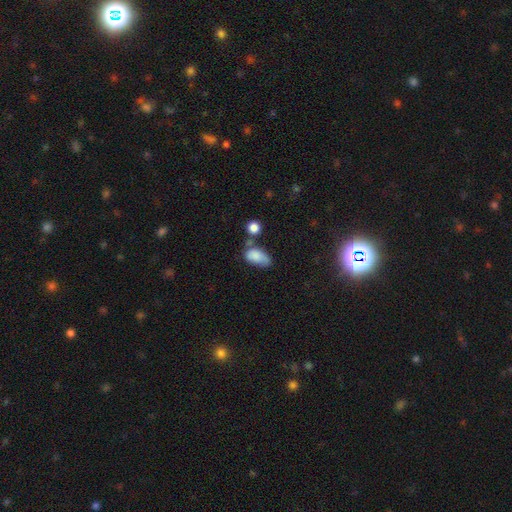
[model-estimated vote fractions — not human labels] smooth_or_featured: smooth (p=0.81) [alt: featured or disk p=0.11]
how_rounded: in between (p=0.91) [alt: round p=0.06]
merging: none (p=0.37) [alt: minor disturbance p=0.31]